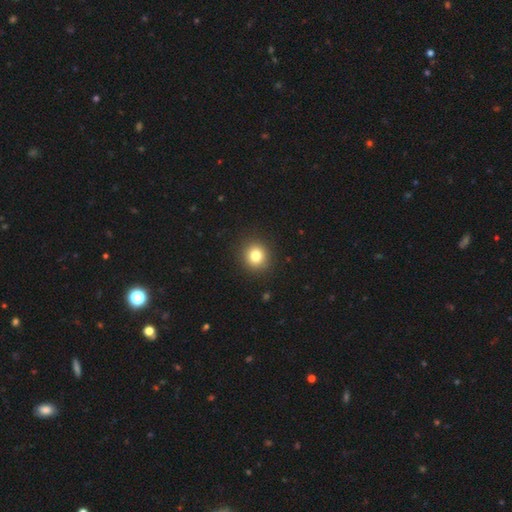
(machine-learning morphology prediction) smooth 81%, star or artifact 11%, featured or disk 7%. Down the decision tree: how rounded — round (90%); merging — none (92%).